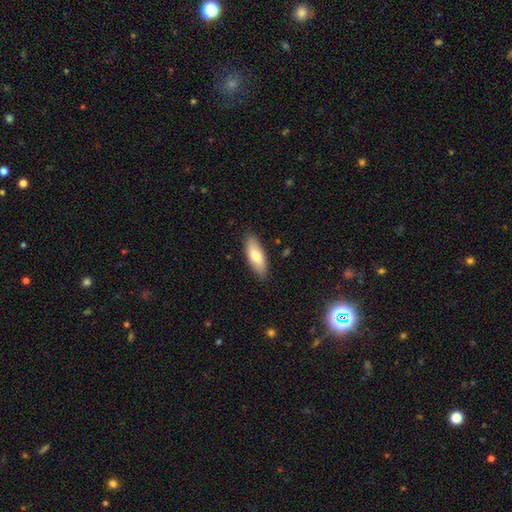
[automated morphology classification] Smooth or featured?
  - smooth: 78% *
  - featured or disk: 17%
  - star or artifact: 5%
How rounded?
  - in between: 72% *
  - cigar-shaped: 26%
  - round: 2%
Merging?
  - none: 87% *
  - minor disturbance: 10%
  - major disturbance: 2%
  - merger: 1%